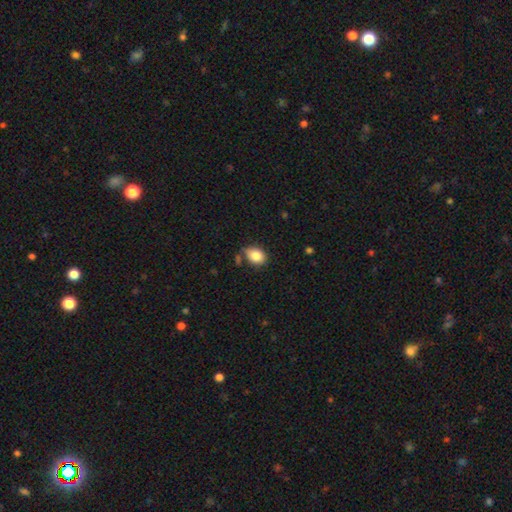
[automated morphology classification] Smooth or featured: smooth — 84% (star or artifact — 8%)
How rounded: in between — 72% (round — 27%)
Merging: none — 69% (minor disturbance — 19%)